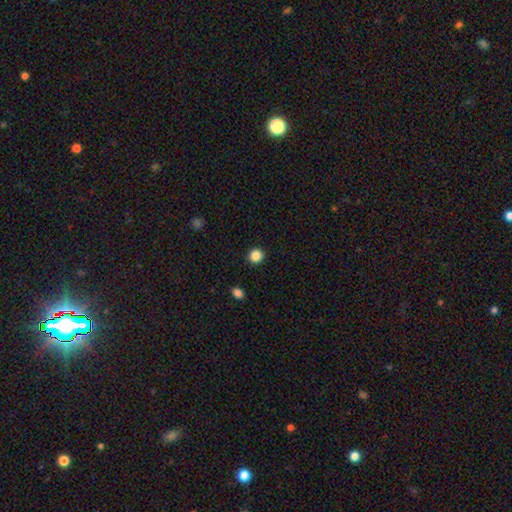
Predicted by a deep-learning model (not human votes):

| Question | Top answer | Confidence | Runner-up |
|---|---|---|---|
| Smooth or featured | smooth | 86% | star or artifact (11%) |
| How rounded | round | 93% | in between (6%) |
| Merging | none | 92% | minor disturbance (5%) |